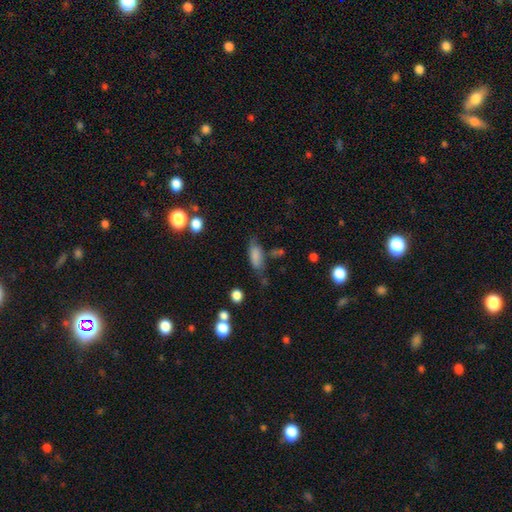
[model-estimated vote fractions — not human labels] Smooth or featured: smooth — 78% (featured or disk — 13%)
How rounded: in between — 70% (cigar-shaped — 26%)
Merging: none — 53% (minor disturbance — 28%)